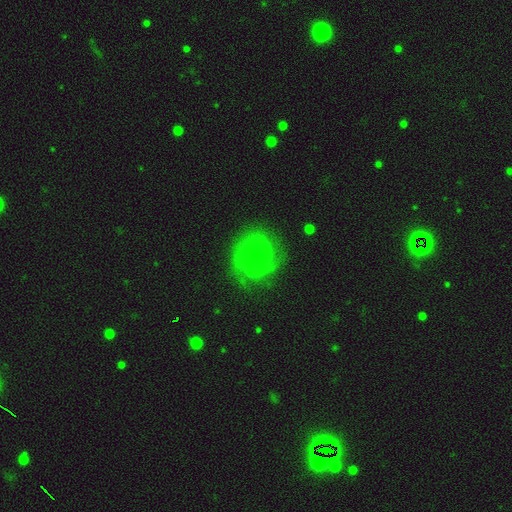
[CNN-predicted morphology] featured or disk 70%, smooth 21%, star or artifact 9%. Down the decision tree: edge-on disk — no (98%); bar — no (73%); spiral arms — yes (94%); spiral arm count — can't tell (29%); spiral winding — tight (63%); bulge size — small (70%); merging — none (78%).